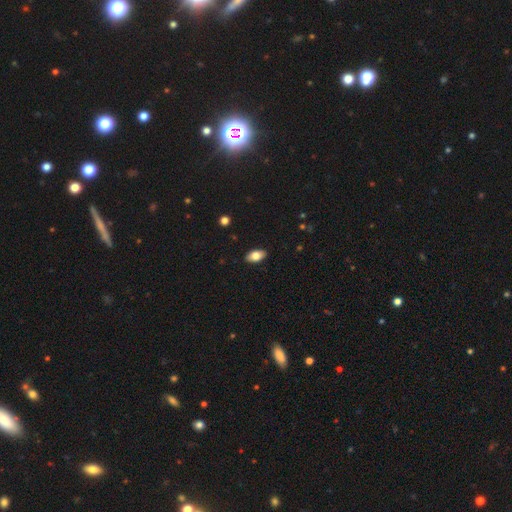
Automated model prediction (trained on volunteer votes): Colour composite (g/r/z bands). It shows a smooth galaxy with no disk features (80%) that is in between round and cigar-shaped (92%). Merging: none (89%).